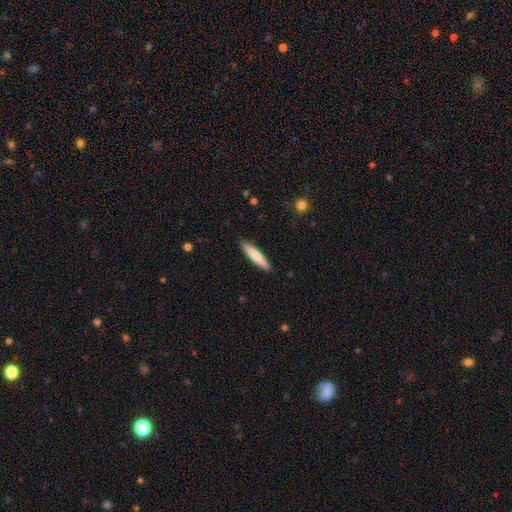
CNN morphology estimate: smooth_or_featured: smooth (p=0.76) [alt: featured or disk p=0.19]
how_rounded: cigar-shaped (p=0.86) [alt: in between p=0.13]
merging: none (p=0.90) [alt: minor disturbance p=0.07]